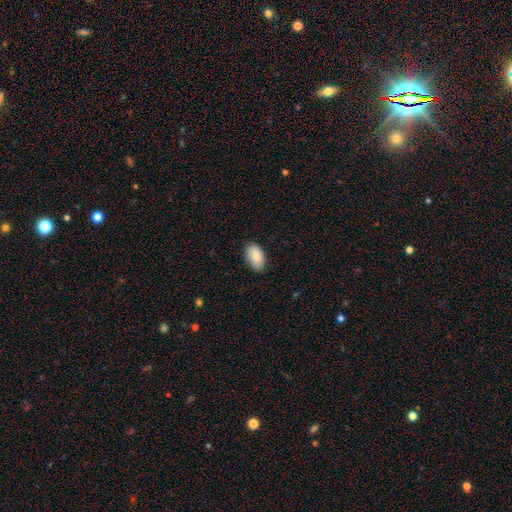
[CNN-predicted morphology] smooth_or_featured: smooth (p=0.86) [alt: featured or disk p=0.08]
how_rounded: in between (p=0.94) [alt: round p=0.04]
merging: none (p=0.80) [alt: minor disturbance p=0.17]